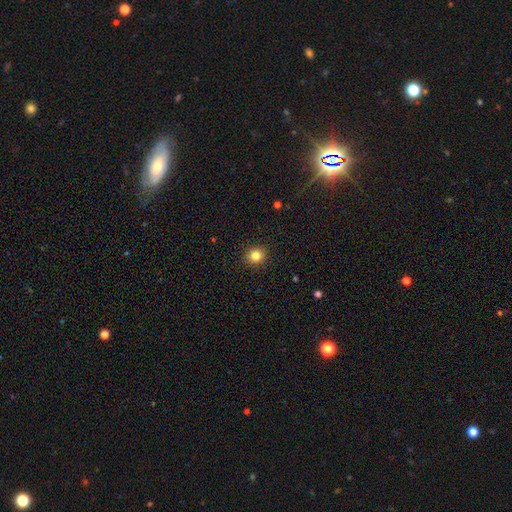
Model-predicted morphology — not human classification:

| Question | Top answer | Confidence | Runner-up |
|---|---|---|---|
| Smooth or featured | smooth | 82% | star or artifact (12%) |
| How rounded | round | 87% | in between (12%) |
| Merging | none | 92% | minor disturbance (6%) |